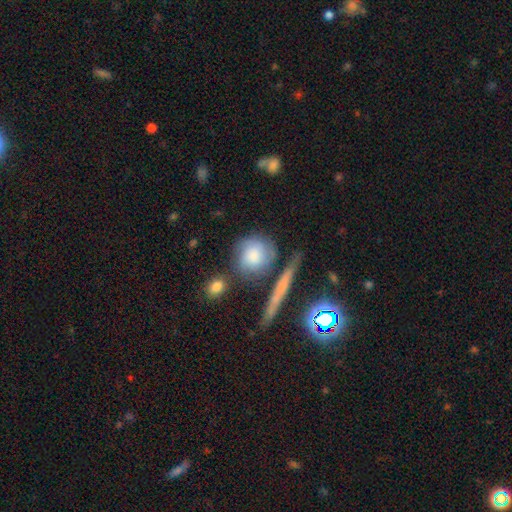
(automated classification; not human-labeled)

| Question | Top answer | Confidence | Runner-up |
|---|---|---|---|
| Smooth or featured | smooth | 57% | featured or disk (31%) |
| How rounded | round | 74% | in between (19%) |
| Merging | none | 58% | minor disturbance (20%) |